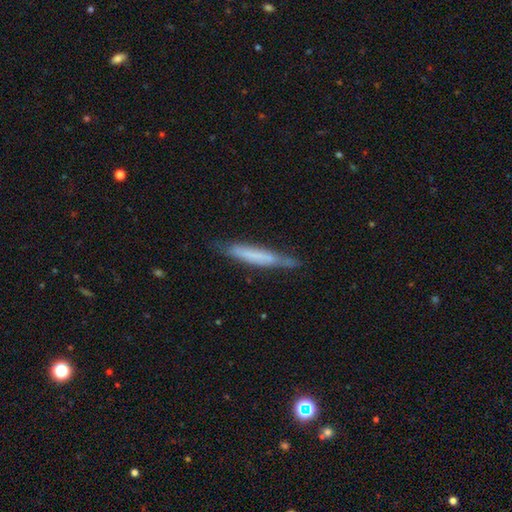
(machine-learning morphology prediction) The model was most divided on "smooth or featured": smooth: 53%, featured or disk: 40%, star or artifact: 7%. More confident: how rounded — cigar-shaped (93%); merging — none (72%).